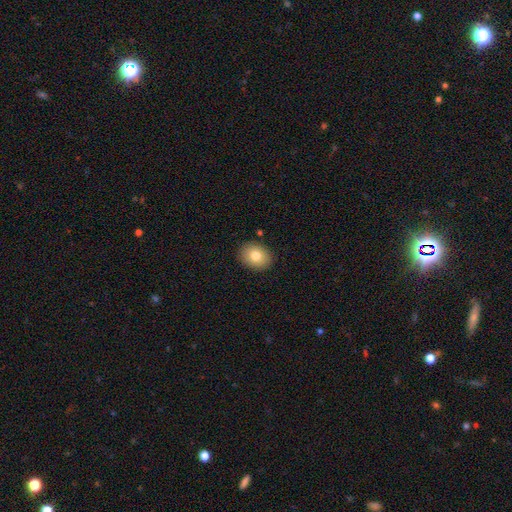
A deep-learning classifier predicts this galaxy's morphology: Smooth or featured? smooth (78%)
How rounded? in between (52%)
Merging? none (89%)